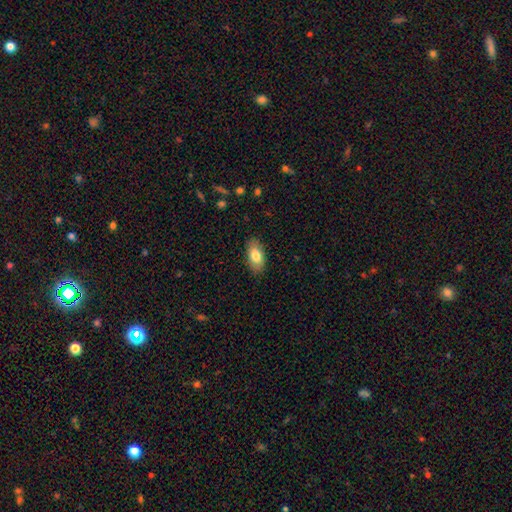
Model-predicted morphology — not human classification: A smooth galaxy with no disk features (81%) that is in between round and cigar-shaped (92%).

Vote fractions:
- Smooth or featured? smooth: 81% / featured or disk: 13% / star or artifact: 6%
- How rounded? in between: 92% / cigar-shaped: 5% / round: 4%
- Merging? none: 86% / minor disturbance: 10% / major disturbance: 2% / merger: 1%